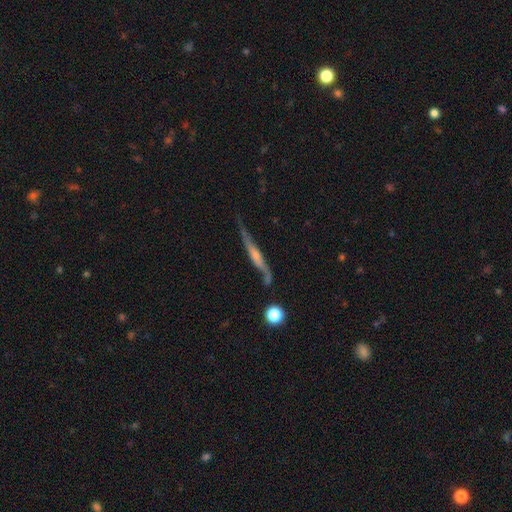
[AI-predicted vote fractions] A featured or disk galaxy (65%) viewed edge-on (84%) with a rounded central bulge (52%).

Vote fractions:
- Smooth or featured? featured or disk: 65% / smooth: 28% / star or artifact: 7%
- Edge-on disk? yes: 84% / no: 16%
- Edge-on bulge? rounded: 52% / none: 35% / boxy: 12%
- Merging? none: 55% / minor disturbance: 27% / major disturbance: 11% / merger: 7%